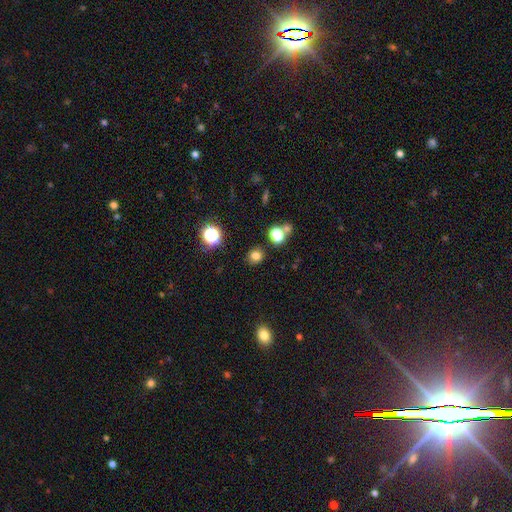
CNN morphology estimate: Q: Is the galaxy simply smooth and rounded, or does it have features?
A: smooth — 76%.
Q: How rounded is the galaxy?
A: round — 84%.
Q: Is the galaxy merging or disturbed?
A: none — 85%.